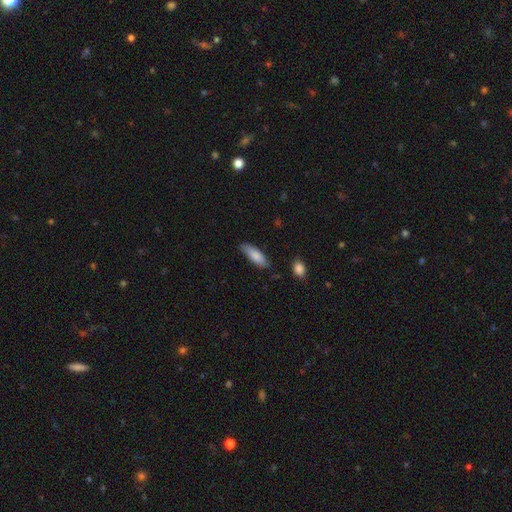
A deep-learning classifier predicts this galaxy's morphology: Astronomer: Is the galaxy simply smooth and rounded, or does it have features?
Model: smooth — 82%.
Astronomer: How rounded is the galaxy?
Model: in between — 54% (runner-up: cigar-shaped, 45%).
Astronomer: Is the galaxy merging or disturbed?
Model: none — 78%.